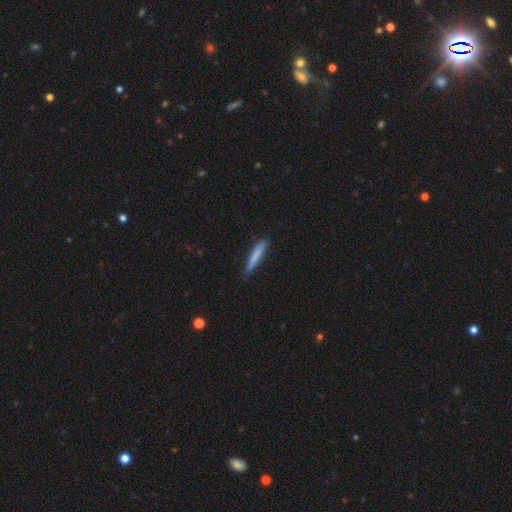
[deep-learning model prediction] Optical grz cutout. It shows a smooth galaxy with no disk features (79%) that is cigar-shaped (93%). Merging: none (82%).